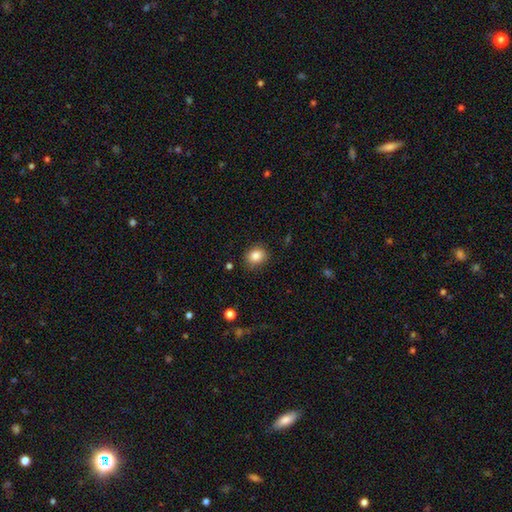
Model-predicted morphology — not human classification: Overall: smooth (86%). How rounded: round (58%; in between 41%). Merging: none (82%).